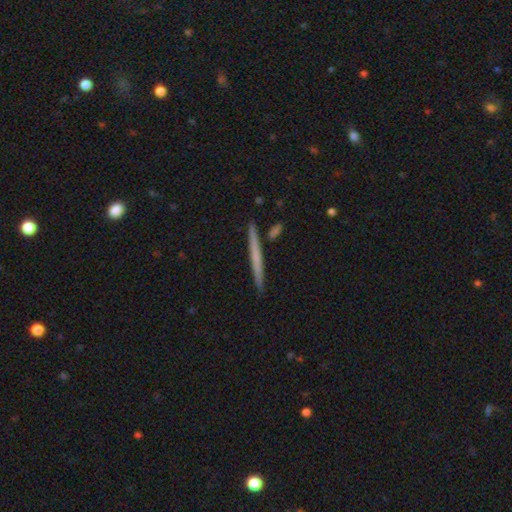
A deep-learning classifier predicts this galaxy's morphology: smooth-or-featured: smooth: 48% | featured or disk: 47% | star or artifact: 5%
  merging: none: 91% | minor disturbance: 6% | merger: 2% | major disturbance: 1%